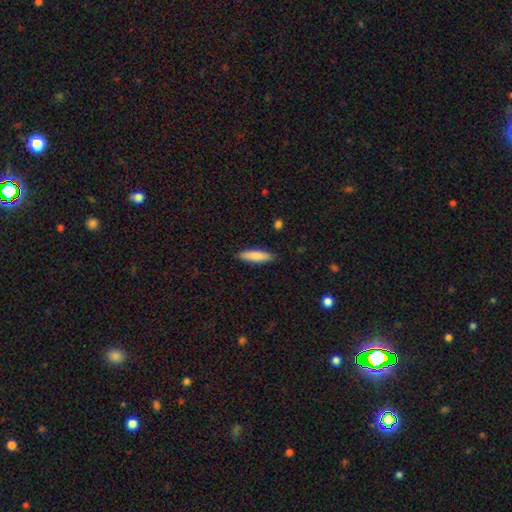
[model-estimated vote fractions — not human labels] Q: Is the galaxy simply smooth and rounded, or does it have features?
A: smooth — 85%.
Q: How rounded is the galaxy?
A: cigar-shaped — 62%.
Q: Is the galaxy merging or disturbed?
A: none — 88%.